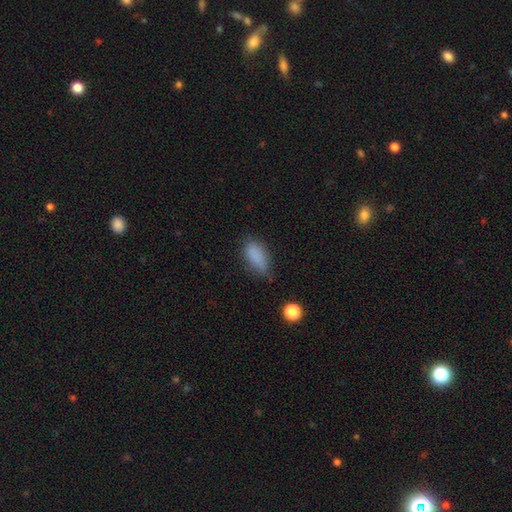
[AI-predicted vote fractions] smooth 82%, star or artifact 10%, featured or disk 7%. Down the decision tree: how rounded — in between (83%); merging — none (64%).